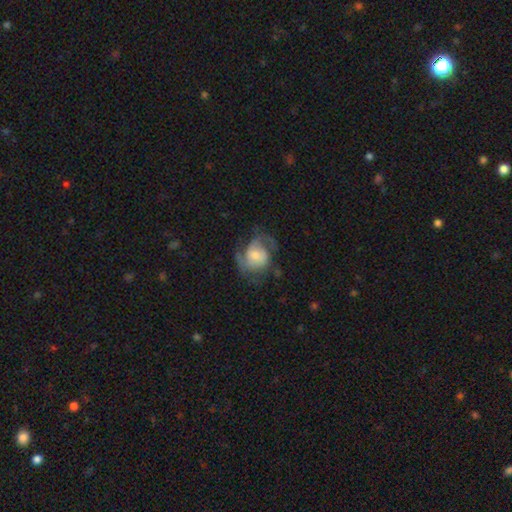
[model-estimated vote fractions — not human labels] featured or disk 70%, smooth 24%, star or artifact 6%. Down the decision tree: edge-on disk — no (98%); bar — no (67%); spiral arms — yes (88%); spiral arm count — 2 (52%); spiral winding — medium (46%); bulge size — moderate (43%); merging — none (51%).